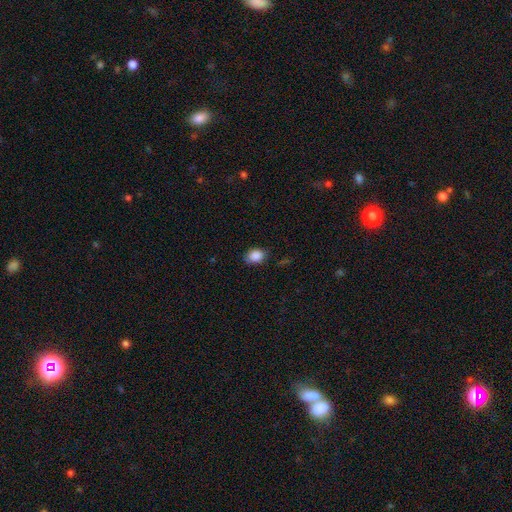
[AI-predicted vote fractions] This is clearly a smooth galaxy (88%). How rounded: likely in between (68%). Merging: likely none (77%).